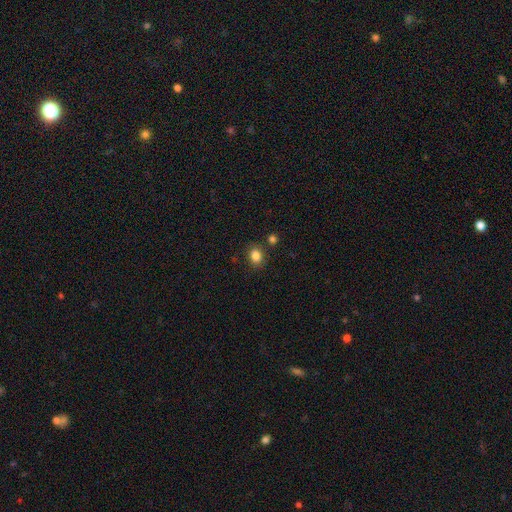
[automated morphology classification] This appears to be a smooth galaxy with no disk features (84%) that is round (53%). Merging: none (81%).